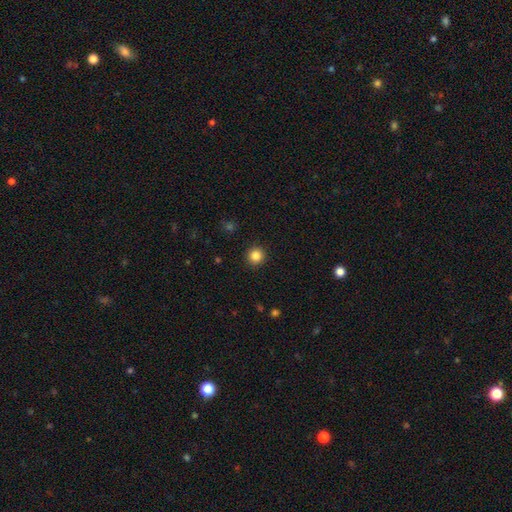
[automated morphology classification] smooth-or-featured: smooth: 85% | star or artifact: 11% | featured or disk: 4%
  how-rounded: round: 95% | in between: 4% | cigar-shaped: 1%
  merging: none: 92% | minor disturbance: 5% | major disturbance: 2% | merger: 1%